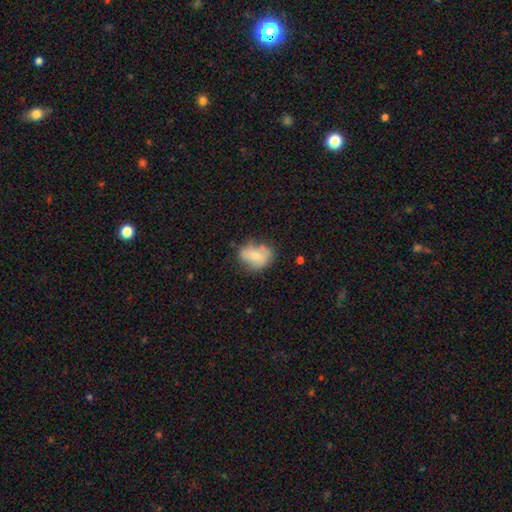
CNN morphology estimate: Smooth or featured?
  - smooth: 71% *
  - featured or disk: 21%
  - star or artifact: 8%
How rounded?
  - in between: 72% *
  - round: 27%
  - cigar-shaped: 2%
Merging?
  - none: 51% *
  - minor disturbance: 30%
  - major disturbance: 11%
  - merger: 8%